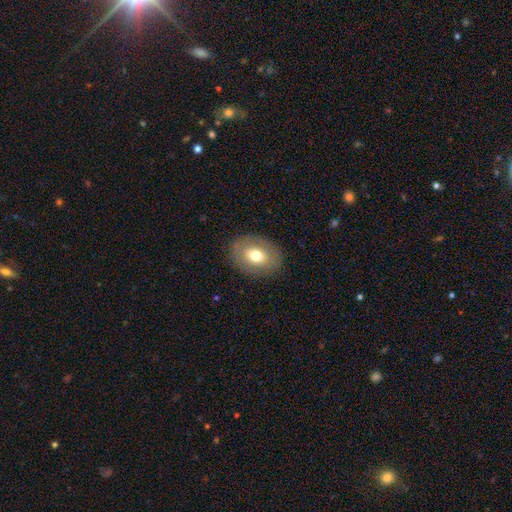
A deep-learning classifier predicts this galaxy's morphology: Q: Smooth or featured?
A: smooth (66%); runner-up: featured or disk (25%)
Q: How rounded?
A: in between (64%); runner-up: round (35%)
Q: Merging?
A: none (86%); runner-up: minor disturbance (10%)